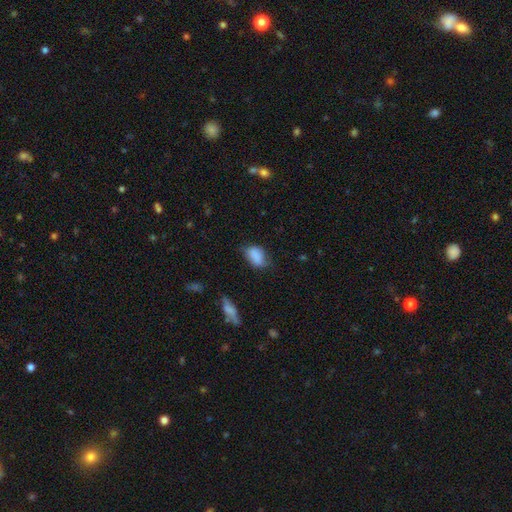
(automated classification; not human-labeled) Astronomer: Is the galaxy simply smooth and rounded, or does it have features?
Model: smooth — 82%.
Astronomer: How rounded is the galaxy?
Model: in between — 85%.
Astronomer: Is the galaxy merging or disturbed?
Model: none — 51% (runner-up: minor disturbance, 36%).